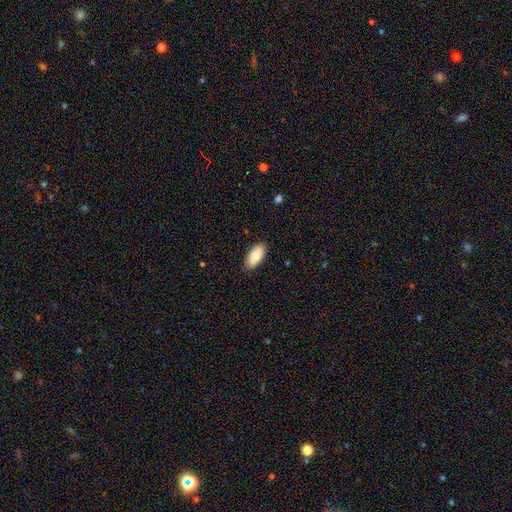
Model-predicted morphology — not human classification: A smooth galaxy with no disk features (83%) that is in between round and cigar-shaped (92%).

Vote fractions:
- Smooth or featured? smooth: 83% / featured or disk: 11% / star or artifact: 6%
- How rounded? in between: 92% / cigar-shaped: 6% / round: 2%
- Merging? none: 87% / minor disturbance: 10% / major disturbance: 2% / merger: 1%